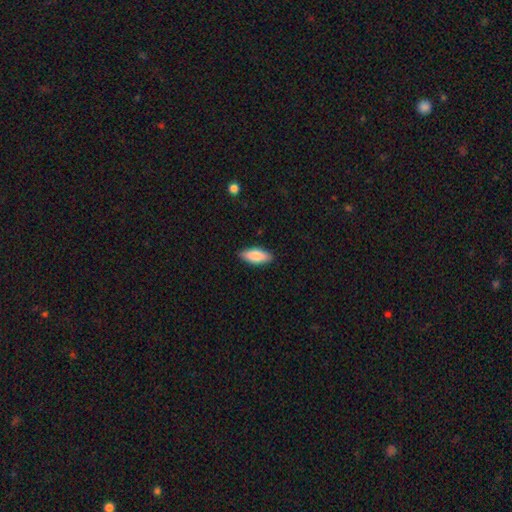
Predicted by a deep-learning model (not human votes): Q: Smooth or featured?
A: smooth (85%); runner-up: featured or disk (9%)
Q: How rounded?
A: in between (79%); runner-up: cigar-shaped (19%)
Q: Merging?
A: none (87%); runner-up: minor disturbance (10%)